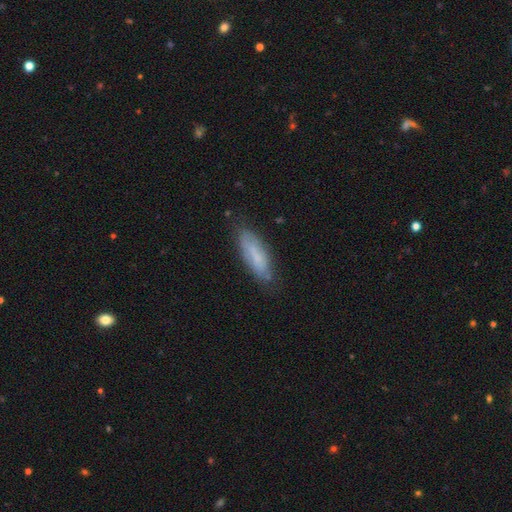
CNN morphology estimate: smooth_or_featured: smooth (p=0.63) [alt: featured or disk p=0.30]
how_rounded: cigar-shaped (p=0.50) [alt: in between p=0.48]
merging: none (p=0.73) [alt: minor disturbance p=0.20]